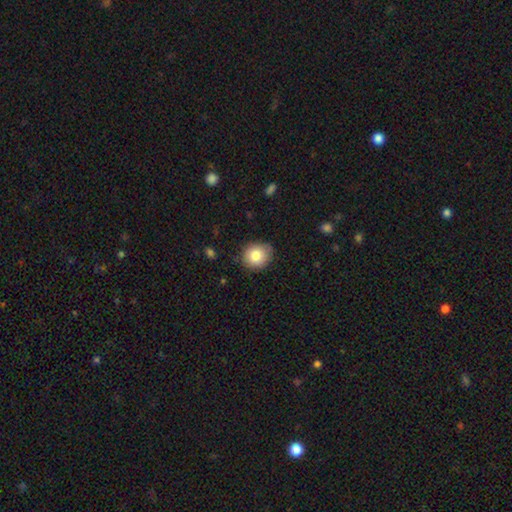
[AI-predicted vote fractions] smooth 83%, star or artifact 9%, featured or disk 8%. Down the decision tree: how rounded — round (82%); merging — none (82%).